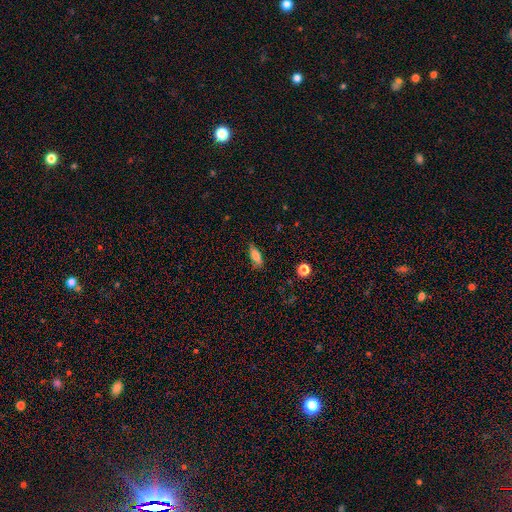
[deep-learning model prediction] smooth_or_featured: smooth (p=0.75) [alt: featured or disk p=0.16]
how_rounded: in between (p=0.67) [alt: cigar-shaped p=0.29]
merging: none (p=0.74) [alt: minor disturbance p=0.20]